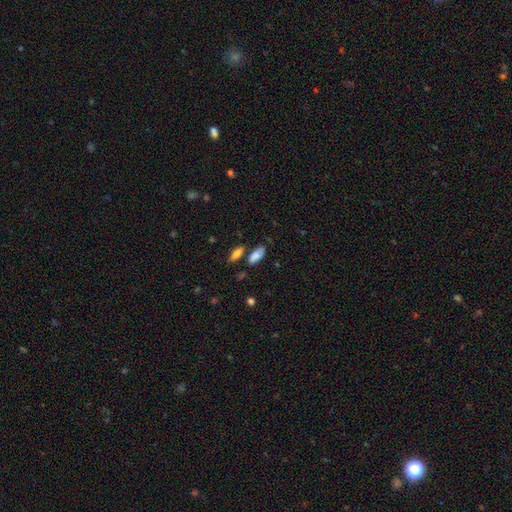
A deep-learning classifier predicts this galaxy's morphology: The model was most divided on "merging": none: 64%, minor disturbance: 18%, merger: 14%, major disturbance: 5%. More confident: smooth or featured — smooth (83%); how rounded — in between (82%).